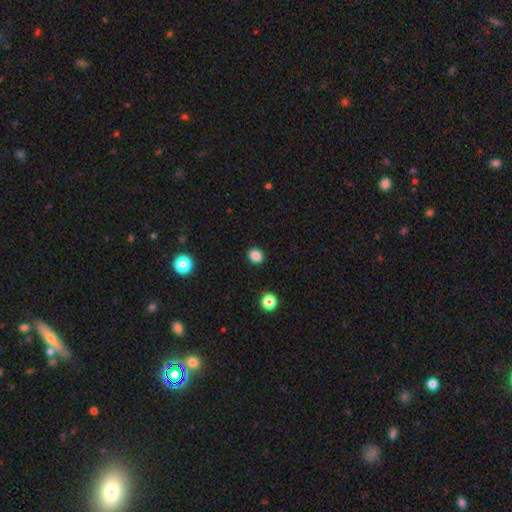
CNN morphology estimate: Smooth or featured? Predicted: smooth (p=0.86). How rounded? Predicted: round (p=0.59). Merging? Predicted: none (p=0.90).